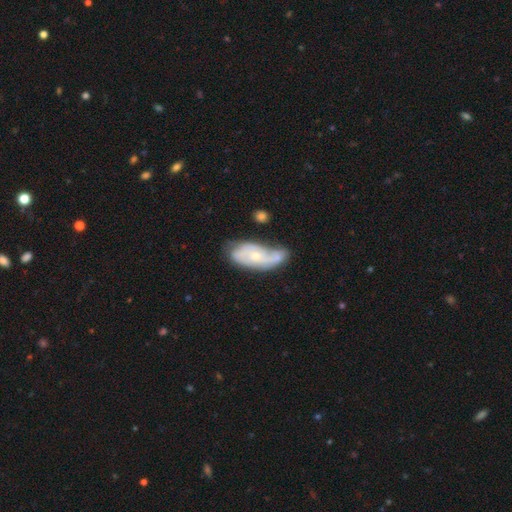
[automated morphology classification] smooth_or_featured: featured or disk (p=0.64) [alt: smooth p=0.30]
disk_edge_on: no (p=0.91) [alt: yes p=0.09]
bar: no (p=0.72) [alt: weak p=0.23]
has_spiral_arms: yes (p=0.76) [alt: no p=0.24]
bulge_size: small (p=0.57) [alt: moderate p=0.39]
merging: none (p=0.37) [alt: minor disturbance p=0.28]